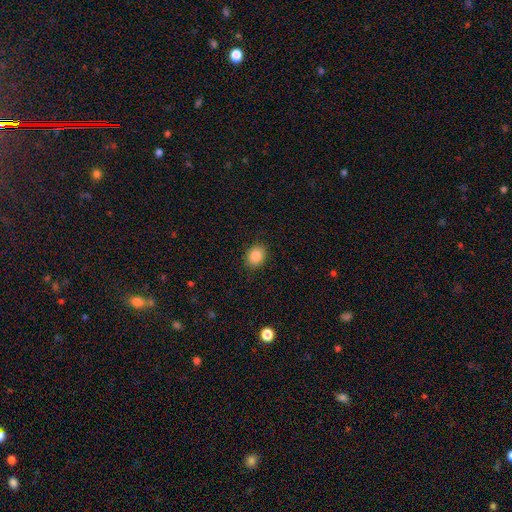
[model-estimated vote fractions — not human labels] Q: Smooth or featured?
A: smooth (86%); runner-up: star or artifact (9%)
Q: How rounded?
A: in between (58%); runner-up: round (41%)
Q: Merging?
A: none (89%); runner-up: minor disturbance (8%)